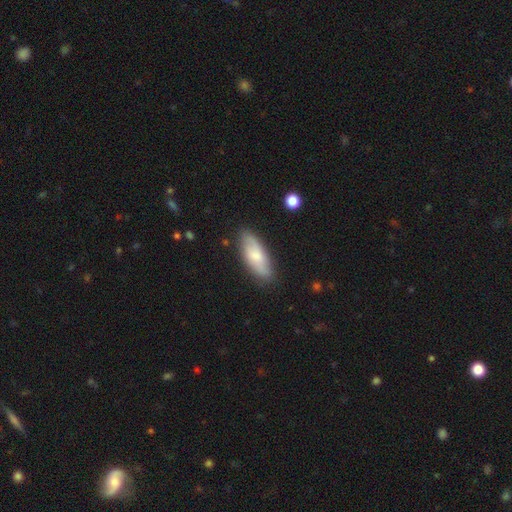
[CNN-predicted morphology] This appears to be a smooth galaxy with no disk features (66%) that is in between round and cigar-shaped (73%). Merging: none (82%).